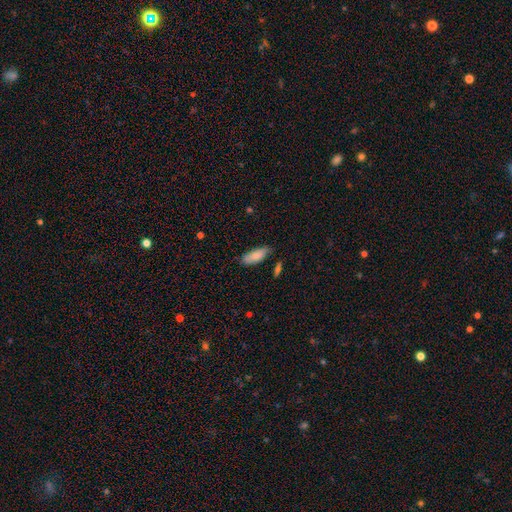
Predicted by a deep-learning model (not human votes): A smooth galaxy with no disk features (84%) that is in between round and cigar-shaped (72%). Merging: none (74%).